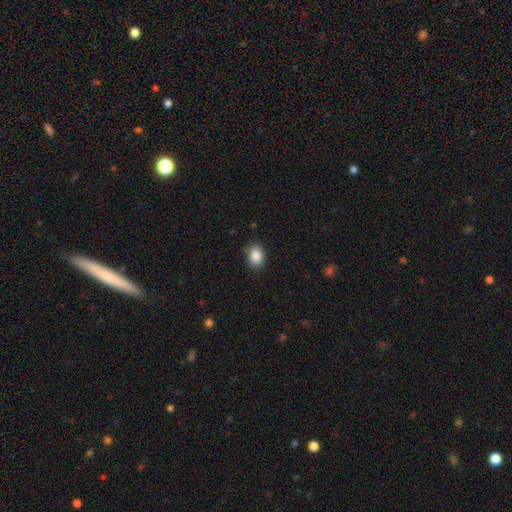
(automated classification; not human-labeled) Smooth or featured? Predicted: smooth (p=0.88). How rounded? Predicted: in between (p=0.71). Merging? Predicted: none (p=0.83).